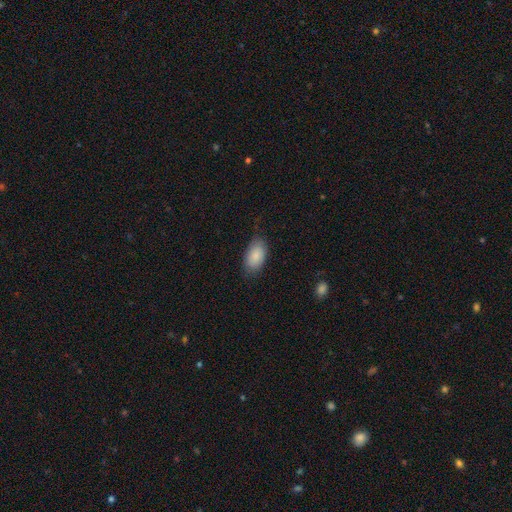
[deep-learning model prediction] Smooth or featured? Predicted: smooth (p=0.87). How rounded? Predicted: in between (p=0.94). Merging? Predicted: none (p=0.76).